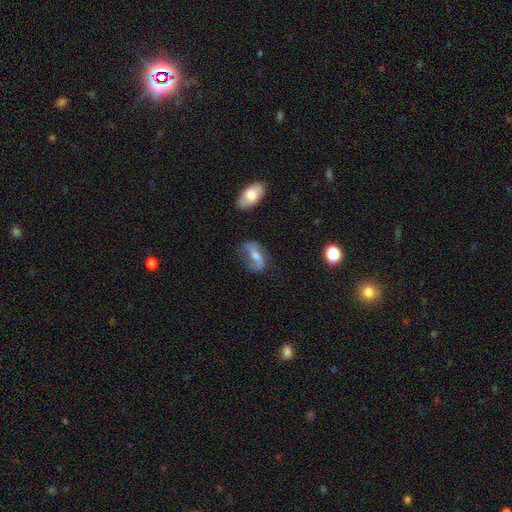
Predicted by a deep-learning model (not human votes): smooth_or_featured: featured or disk (p=0.52) [alt: smooth p=0.38]
disk_edge_on: no (p=0.88) [alt: yes p=0.12]
merging: none (p=0.61) [alt: minor disturbance p=0.24]